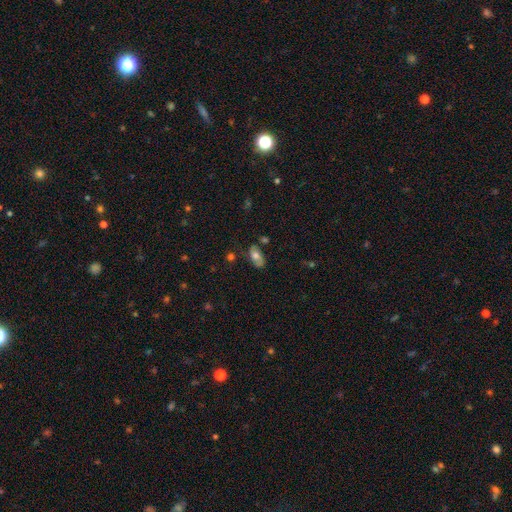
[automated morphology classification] Smooth or featured? Predicted: smooth (p=0.63). How rounded? Predicted: in between (p=0.91). Merging? Predicted: none (p=0.63).